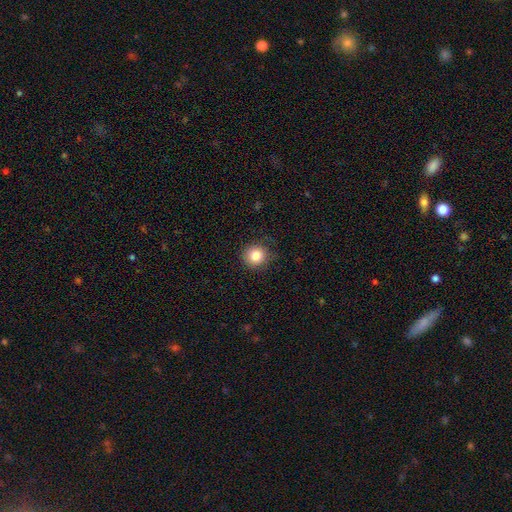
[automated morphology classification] smooth-or-featured: smooth: 83% | star or artifact: 11% | featured or disk: 6%
  how-rounded: round: 93% | in between: 6% | cigar-shaped: 1%
  merging: none: 85% | minor disturbance: 11% | major disturbance: 3% | merger: 1%